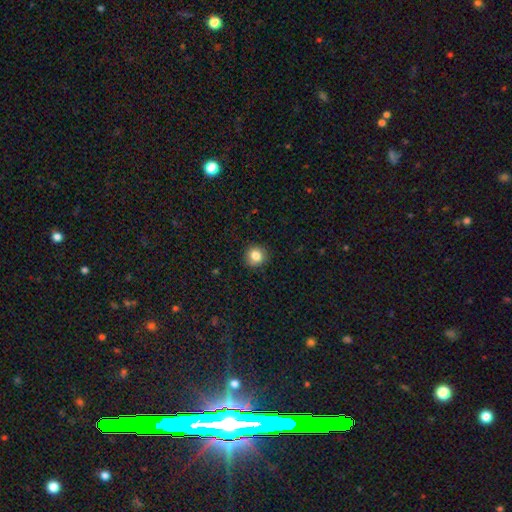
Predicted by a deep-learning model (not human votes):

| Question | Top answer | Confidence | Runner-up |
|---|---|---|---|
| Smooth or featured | smooth | 84% | star or artifact (10%) |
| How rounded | round | 91% | in between (8%) |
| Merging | none | 90% | minor disturbance (7%) |